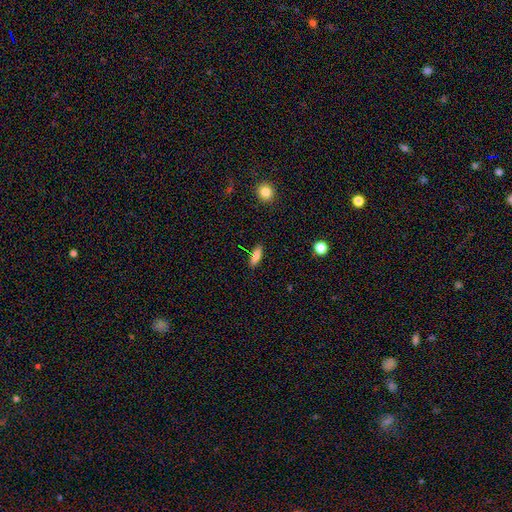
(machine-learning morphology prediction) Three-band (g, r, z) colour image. It shows a smooth galaxy with no disk features (78%) that is in between round and cigar-shaped (60%). Merging: none (86%).